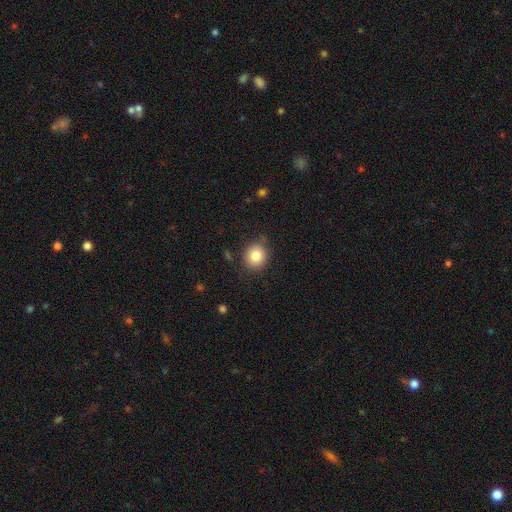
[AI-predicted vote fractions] Smooth or featured?
  - smooth: 84% *
  - star or artifact: 9%
  - featured or disk: 7%
How rounded?
  - round: 83% *
  - in between: 16%
  - cigar-shaped: 1%
Merging?
  - none: 84% *
  - minor disturbance: 11%
  - major disturbance: 3%
  - merger: 2%